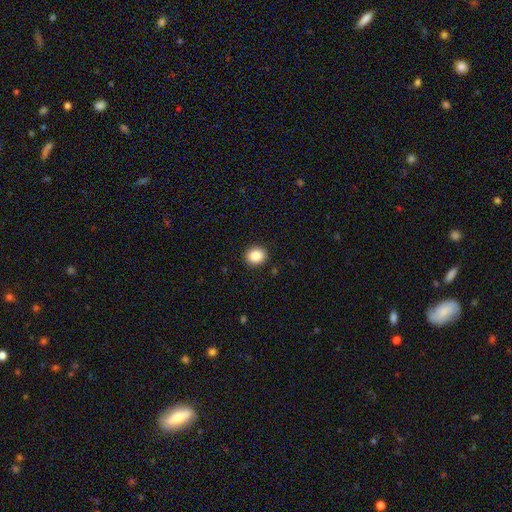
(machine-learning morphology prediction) Smooth or featured: smooth — 88% (star or artifact — 9%)
How rounded: round — 75% (in between — 24%)
Merging: none — 91% (minor disturbance — 6%)